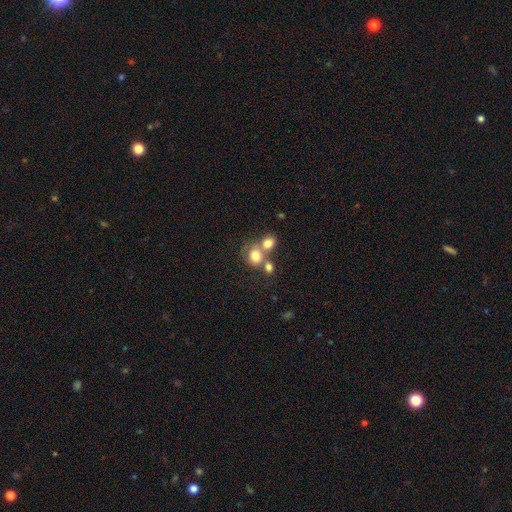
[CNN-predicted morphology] smooth_or_featured: smooth (p=0.76) [alt: featured or disk p=0.12]
how_rounded: round (p=0.74) [alt: in between p=0.25]
merging: merger (p=0.47) [alt: none p=0.40]